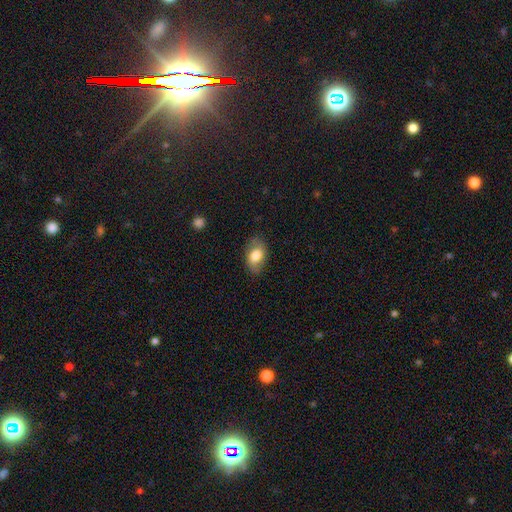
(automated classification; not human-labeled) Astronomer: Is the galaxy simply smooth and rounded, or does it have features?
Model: smooth — 74%.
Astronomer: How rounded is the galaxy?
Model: in between — 89%.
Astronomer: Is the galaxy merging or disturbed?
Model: none — 78%.